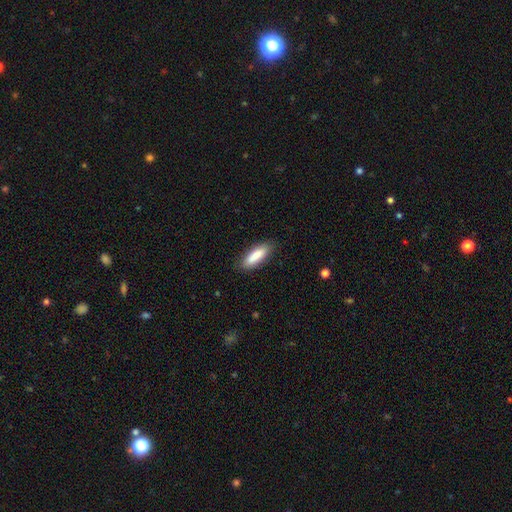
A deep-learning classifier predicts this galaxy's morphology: smooth 83%, featured or disk 11%, star or artifact 6%. Down the decision tree: how rounded — cigar-shaped (51%); merging — none (85%).